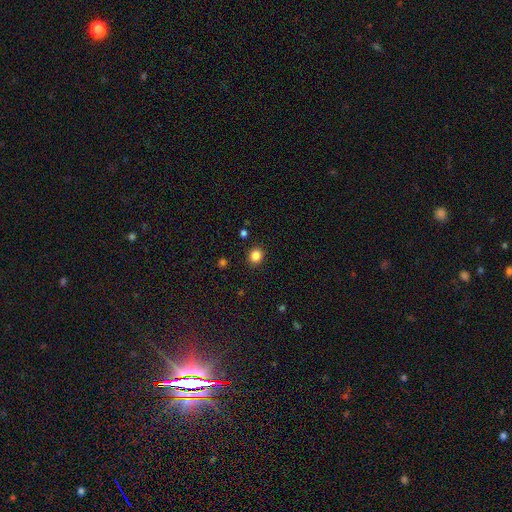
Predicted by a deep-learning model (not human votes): A smooth galaxy with no disk features (85%) that is round (77%). Merging: none (90%).